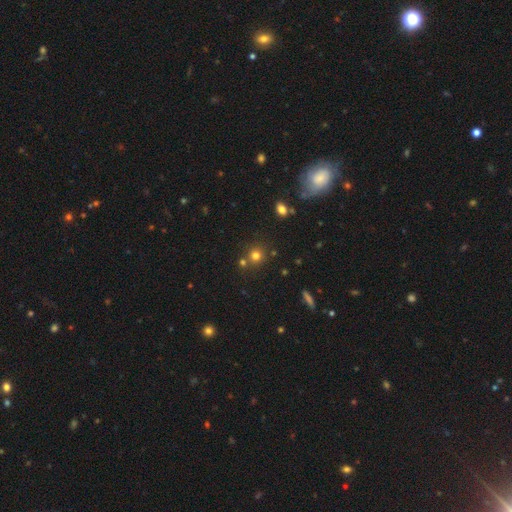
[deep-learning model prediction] This appears to be a smooth galaxy with no disk features (74%) that is round (89%). Merging: none (72%).